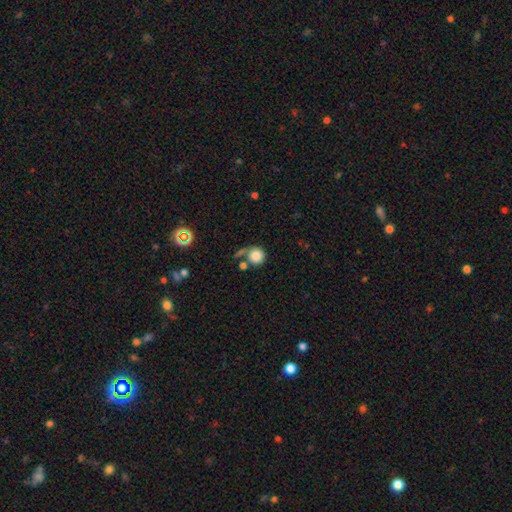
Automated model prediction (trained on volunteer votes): A smooth galaxy with no disk features (81%) that is round (92%).

Vote fractions:
- Smooth or featured? smooth: 81% / featured or disk: 10% / star or artifact: 9%
- How rounded? round: 92% / in between: 7% / cigar-shaped: 1%
- Merging? none: 50% / merger: 23% / minor disturbance: 14% / major disturbance: 13%